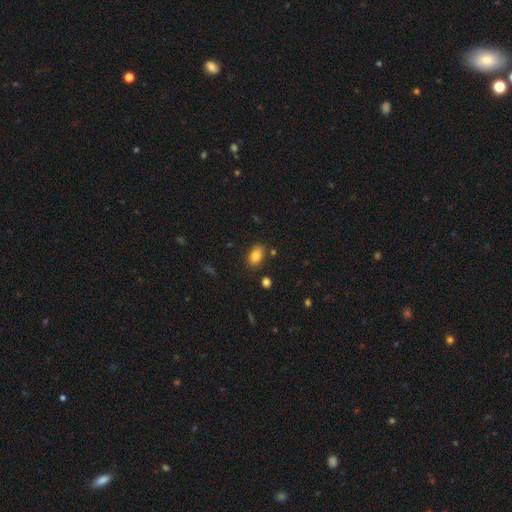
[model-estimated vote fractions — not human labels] This is clearly a smooth galaxy (84%). How rounded: clearly in between (87%). Merging: clearly none (83%).